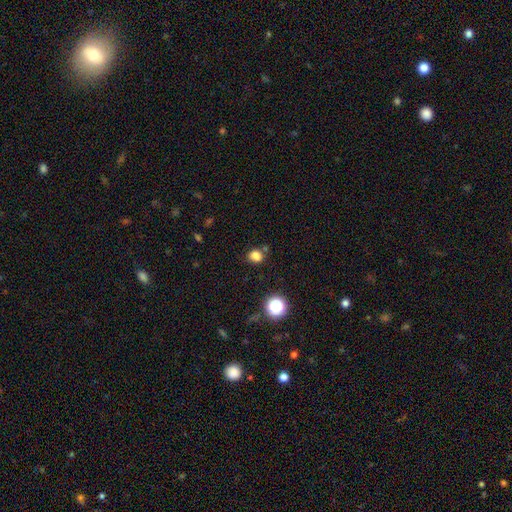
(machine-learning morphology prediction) Smooth or featured? smooth (79%)
How rounded? round (64%)
Merging? none (72%)